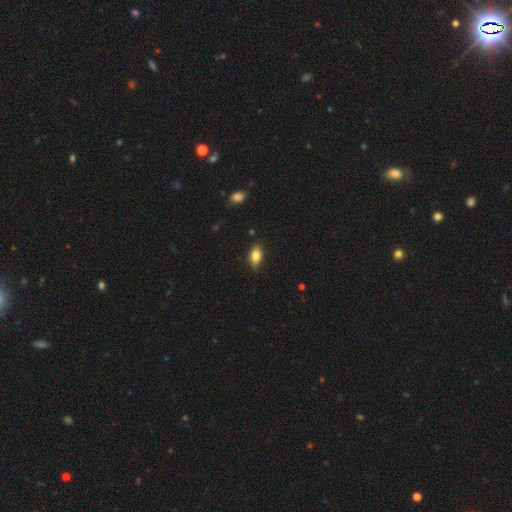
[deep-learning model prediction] A smooth galaxy with no disk features (76%) that is in between round and cigar-shaped (85%). Merging: none (85%).